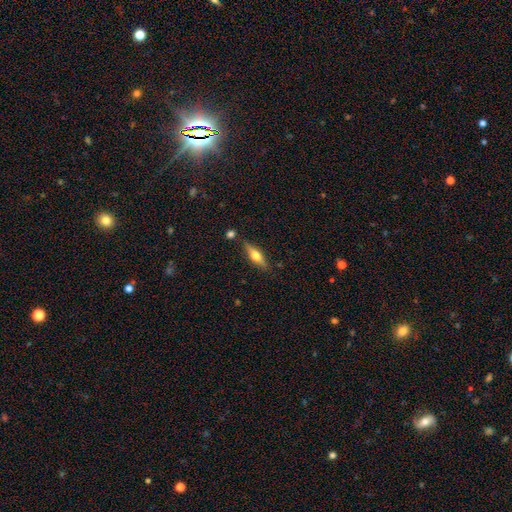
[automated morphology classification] This appears to be a featured or disk galaxy (51%) viewed edge-on (92%). Merging: none (81%).